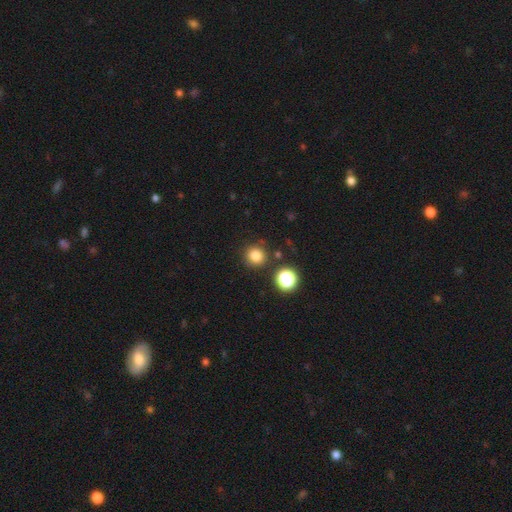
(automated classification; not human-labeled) This appears to be a smooth galaxy with no disk features (81%) that is round (93%). Merging: none (85%).